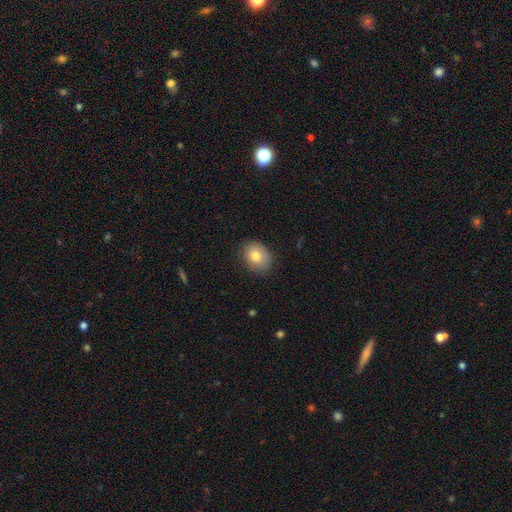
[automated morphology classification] Smooth or featured? Predicted: smooth (p=0.80). How rounded? Predicted: in between (p=0.58). Merging? Predicted: none (p=0.81).